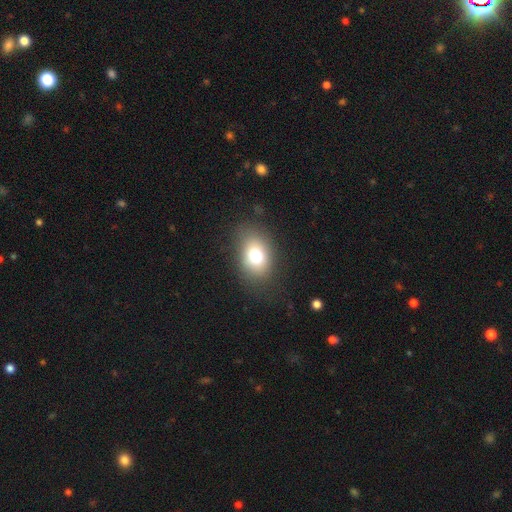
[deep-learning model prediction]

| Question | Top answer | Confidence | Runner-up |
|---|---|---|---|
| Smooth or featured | smooth | 78% | featured or disk (12%) |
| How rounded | in between | 76% | round (23%) |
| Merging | none | 76% | minor disturbance (16%) |